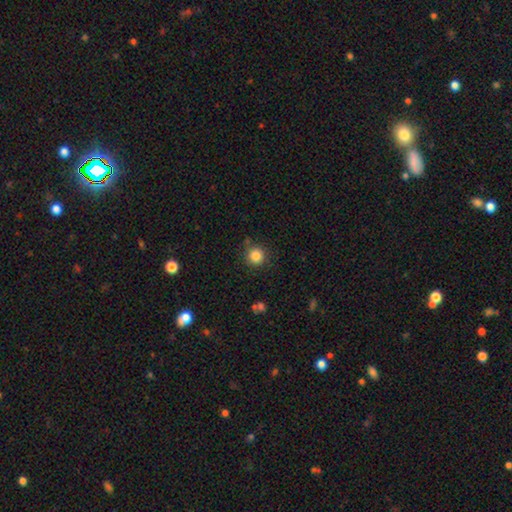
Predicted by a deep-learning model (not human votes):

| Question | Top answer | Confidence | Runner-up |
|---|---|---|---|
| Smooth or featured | smooth | 85% | star or artifact (11%) |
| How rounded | round | 94% | in between (5%) |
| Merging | none | 84% | minor disturbance (10%) |